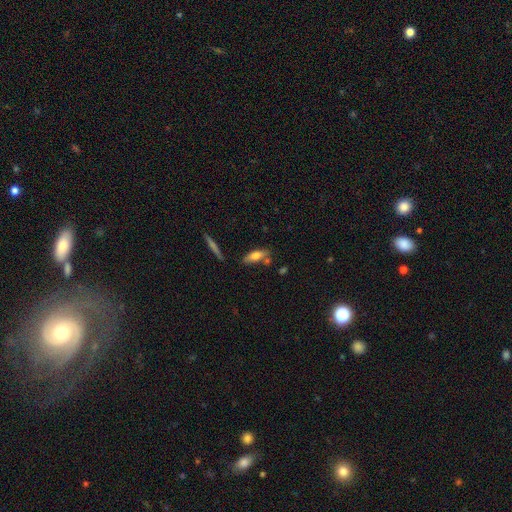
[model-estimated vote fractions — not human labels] A smooth galaxy with no disk features (69%) that is in between round and cigar-shaped (55%). Merging: none (67%).